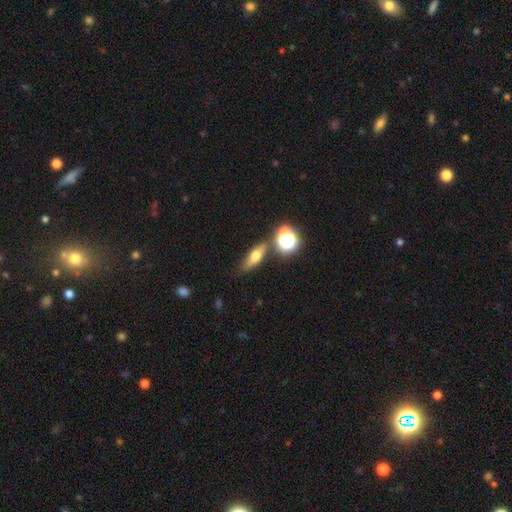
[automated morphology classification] The model was most divided on "how rounded": in between: 46%, cigar-shaped: 40%, round: 14%. More confident: merging — none (73%); smooth or featured — smooth (53%).